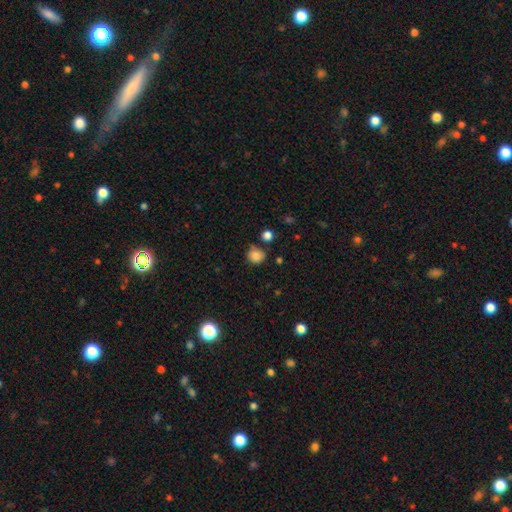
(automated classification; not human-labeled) A smooth galaxy with no disk features (83%) that is round (87%). Merging: none (74%).